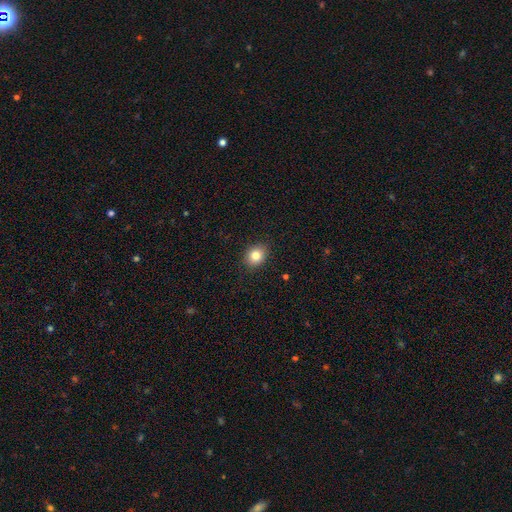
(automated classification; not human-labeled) Q: Smooth or featured?
A: smooth (82%); runner-up: star or artifact (10%)
Q: How rounded?
A: round (60%); runner-up: in between (40%)
Q: Merging?
A: none (88%); runner-up: minor disturbance (9%)